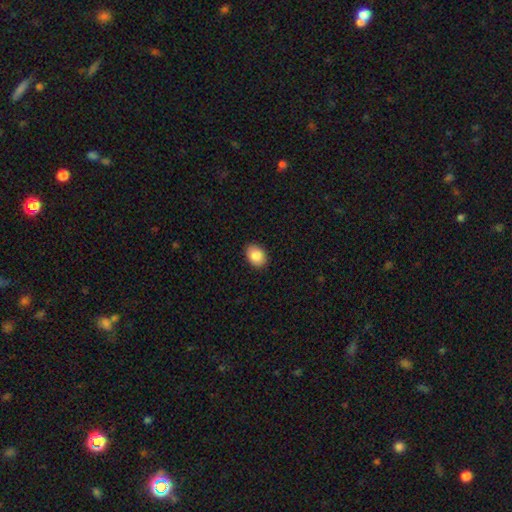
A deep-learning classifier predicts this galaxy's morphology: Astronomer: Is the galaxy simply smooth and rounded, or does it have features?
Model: smooth — 88%.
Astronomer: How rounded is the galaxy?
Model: in between — 75%.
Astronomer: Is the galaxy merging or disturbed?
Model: none — 90%.